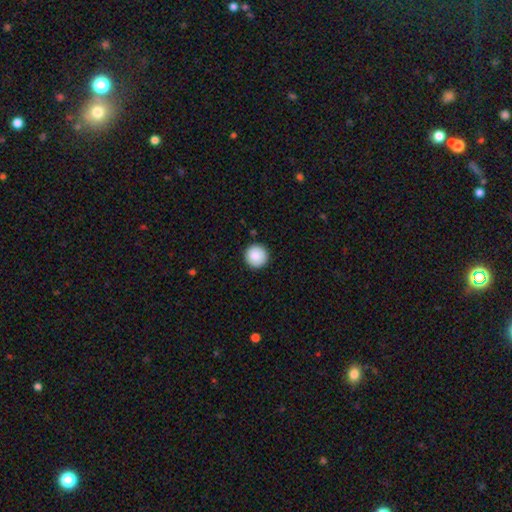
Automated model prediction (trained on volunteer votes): A smooth galaxy with no disk features (89%) that is round (96%). Merging: none (92%).